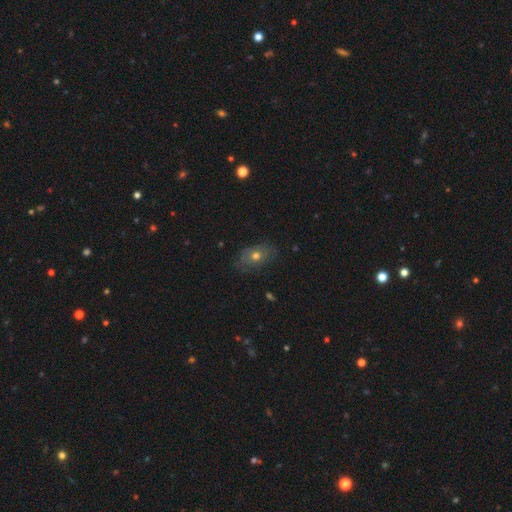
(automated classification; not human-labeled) Smooth or featured? Predicted: smooth (p=0.56). How rounded? Predicted: in between (p=0.76). Merging? Predicted: none (p=0.75).